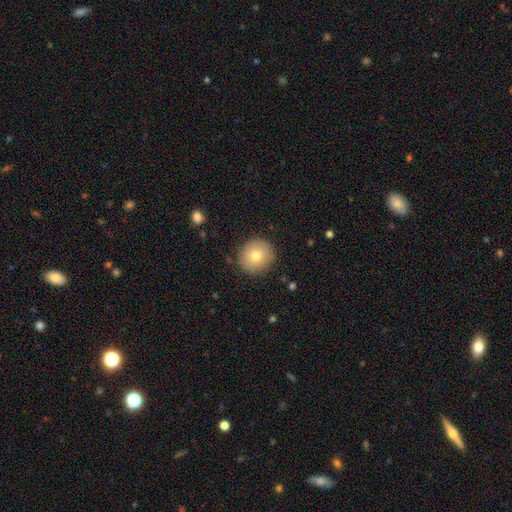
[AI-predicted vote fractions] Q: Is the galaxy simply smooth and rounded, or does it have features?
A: smooth — 77%.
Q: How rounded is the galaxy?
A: round — 91%.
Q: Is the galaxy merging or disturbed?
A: none — 90%.